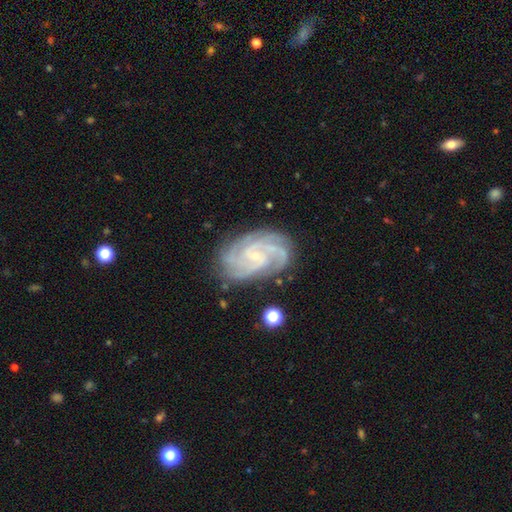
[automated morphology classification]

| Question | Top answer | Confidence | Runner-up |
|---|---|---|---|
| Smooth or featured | featured or disk | 89% | star or artifact (6%) |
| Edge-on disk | no | 98% | yes (2%) |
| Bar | no | 60% | weak (31%) |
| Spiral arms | yes | 98% | no (2%) |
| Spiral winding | tight | 68% | medium (29%) |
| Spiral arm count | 4 | 36% | 3 (27%) |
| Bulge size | small | 81% | moderate (12%) |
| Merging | none | 78% | minor disturbance (16%) |